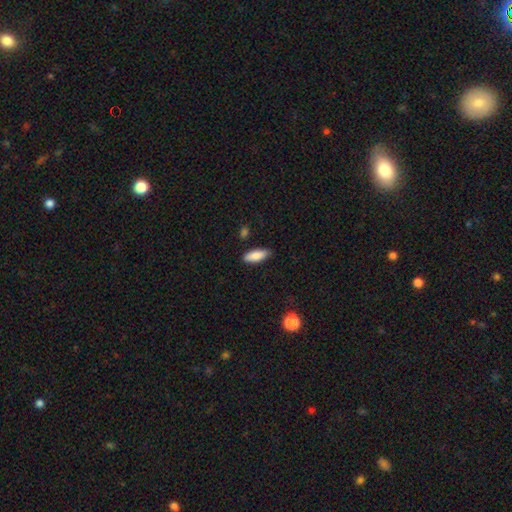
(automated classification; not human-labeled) Morphology: type=smooth (85%); roundness=in between (70%); merging=none (83%).